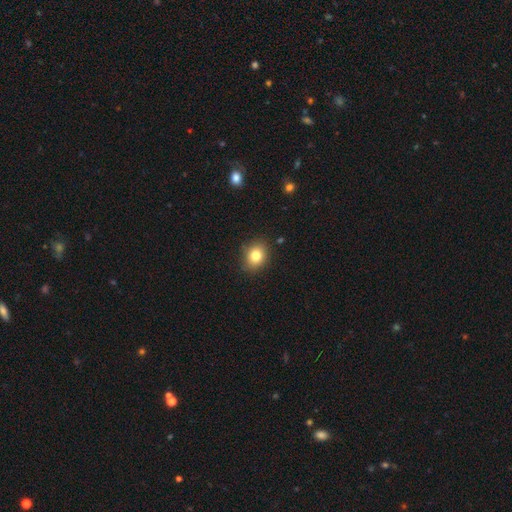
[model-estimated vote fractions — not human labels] This is clearly a smooth galaxy (81%). How rounded: possibly round (52%). Merging: clearly none (85%).